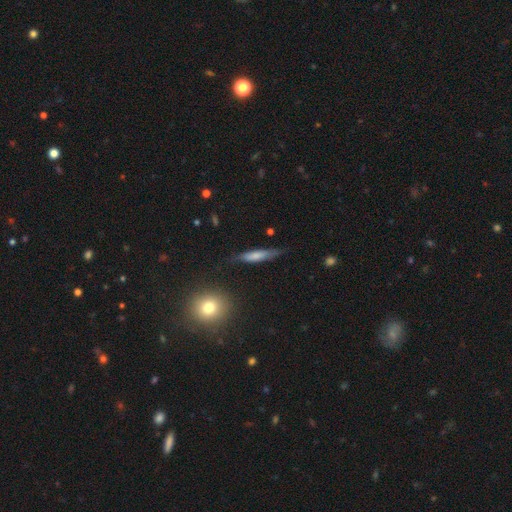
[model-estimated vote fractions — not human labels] Smooth or featured? smooth (62%)
How rounded? cigar-shaped (84%)
Merging? none (73%)